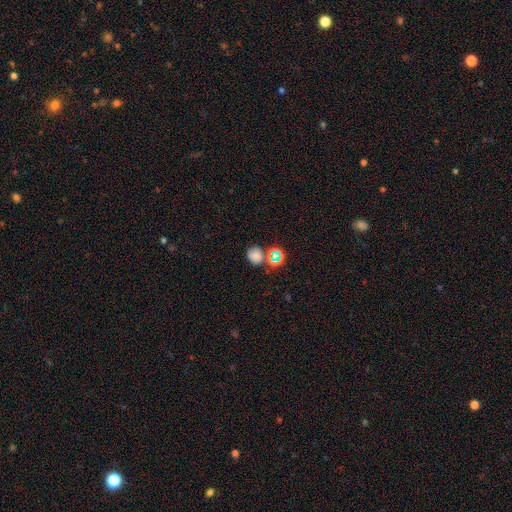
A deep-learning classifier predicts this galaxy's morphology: Smooth or featured: smooth — 67% (star or artifact — 25%)
How rounded: round — 73% (in between — 26%)
Merging: none — 63% (merger — 17%)